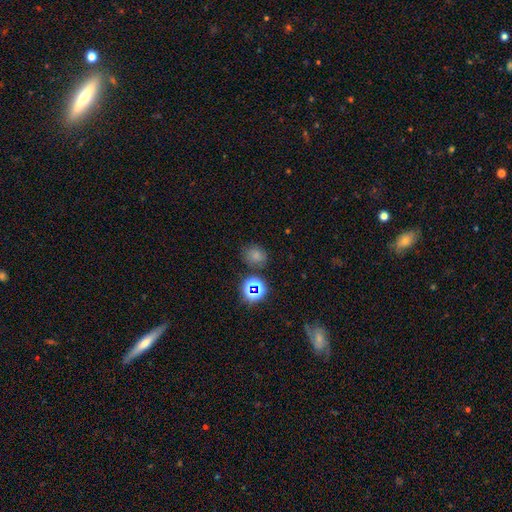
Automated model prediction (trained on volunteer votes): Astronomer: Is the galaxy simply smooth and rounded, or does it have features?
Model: smooth — 68%.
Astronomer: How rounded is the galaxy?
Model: round — 61% (runner-up: in between, 38%).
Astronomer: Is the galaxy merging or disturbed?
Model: none — 75%.